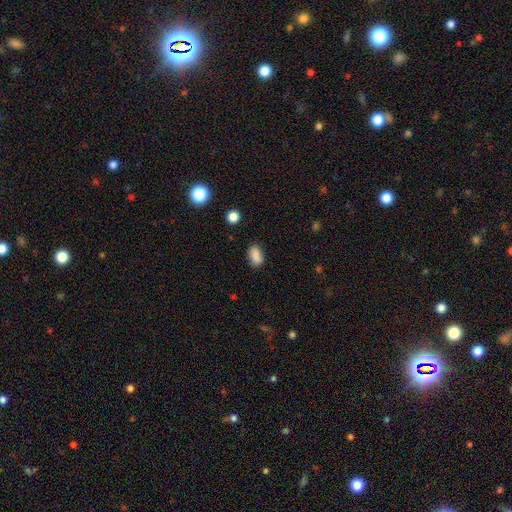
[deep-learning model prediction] This appears to be a smooth galaxy with no disk features (87%) that is in between round and cigar-shaped (88%). Merging: none (82%).